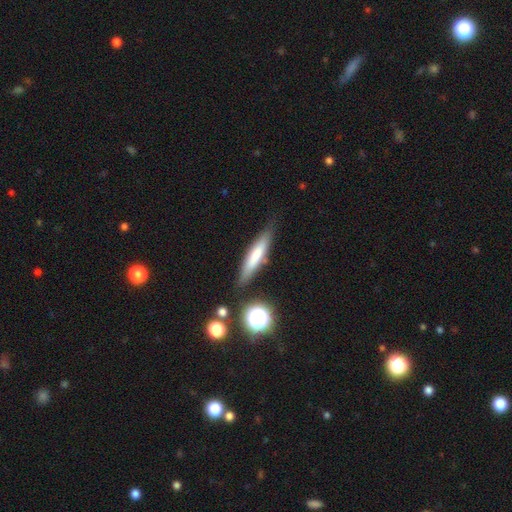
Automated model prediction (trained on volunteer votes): A smooth galaxy with no disk features (64%) that is cigar-shaped (84%). Merging: none (77%).